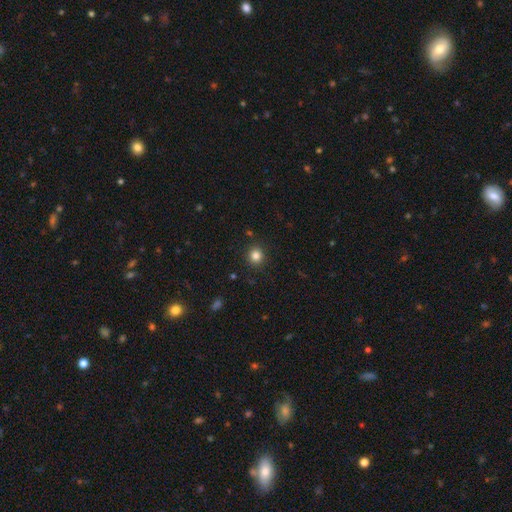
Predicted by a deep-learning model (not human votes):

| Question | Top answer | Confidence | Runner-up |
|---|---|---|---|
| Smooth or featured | smooth | 83% | star or artifact (12%) |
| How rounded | round | 92% | in between (8%) |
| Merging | none | 91% | minor disturbance (6%) |